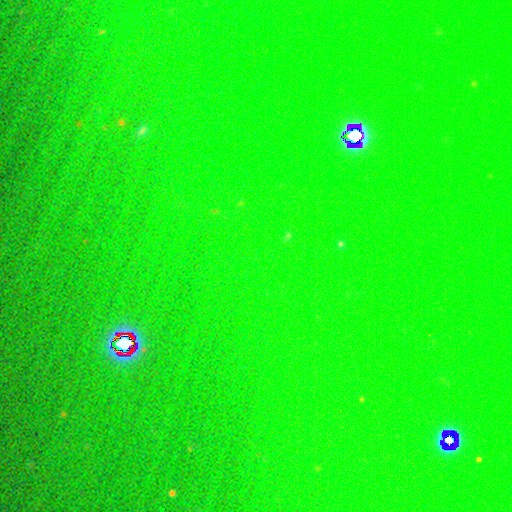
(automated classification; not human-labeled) Smooth or featured?
  - star or artifact: 77% *
  - smooth: 14%
  - featured or disk: 9%